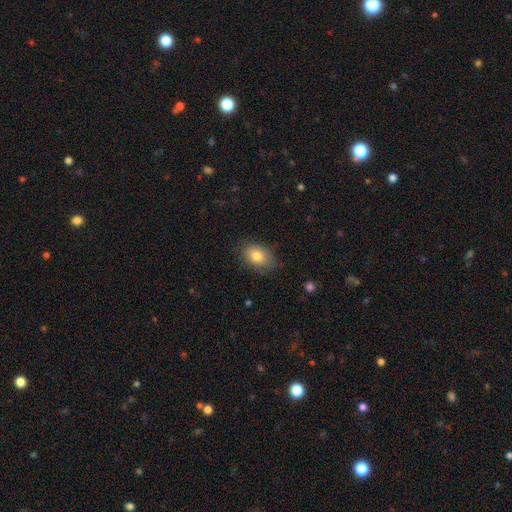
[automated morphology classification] Smooth or featured? smooth (81%)
How rounded? in between (76%)
Merging? none (78%)